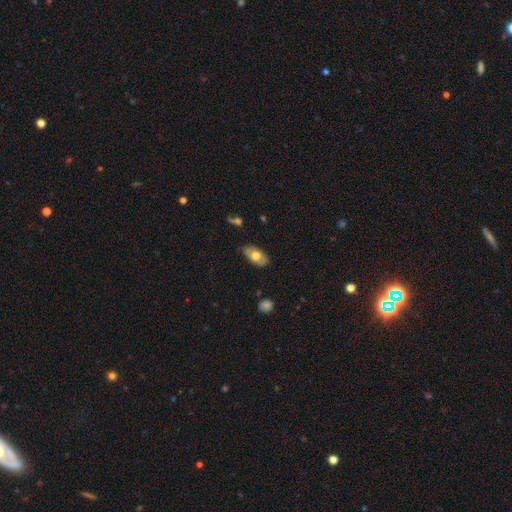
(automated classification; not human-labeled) A smooth galaxy with no disk features (63%) that is in between round and cigar-shaped (92%).

Vote fractions:
- Smooth or featured? smooth: 63% / featured or disk: 31% / star or artifact: 6%
- How rounded? in between: 92% / round: 5% / cigar-shaped: 3%
- Merging? none: 77% / minor disturbance: 18% / major disturbance: 3% / merger: 1%